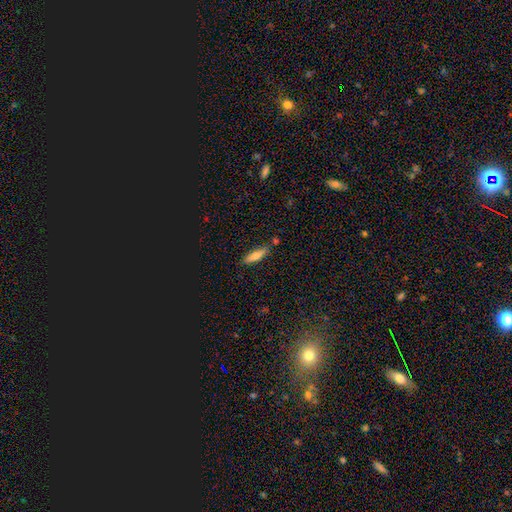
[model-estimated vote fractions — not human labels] smooth-or-featured: smooth: 73% | featured or disk: 20% | star or artifact: 7%
  how-rounded: cigar-shaped: 74% | in between: 25% | round: 2%
  merging: none: 77% | minor disturbance: 14% | merger: 7% | major disturbance: 3%